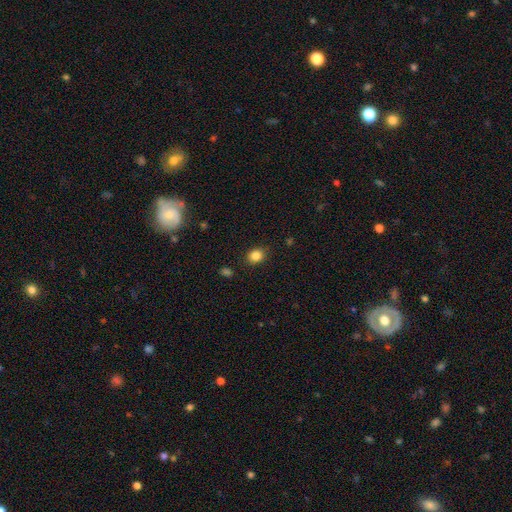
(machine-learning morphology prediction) smooth_or_featured: smooth (p=0.85) [alt: star or artifact p=0.11]
how_rounded: round (p=0.61) [alt: in between p=0.38]
merging: none (p=0.86) [alt: minor disturbance p=0.10]